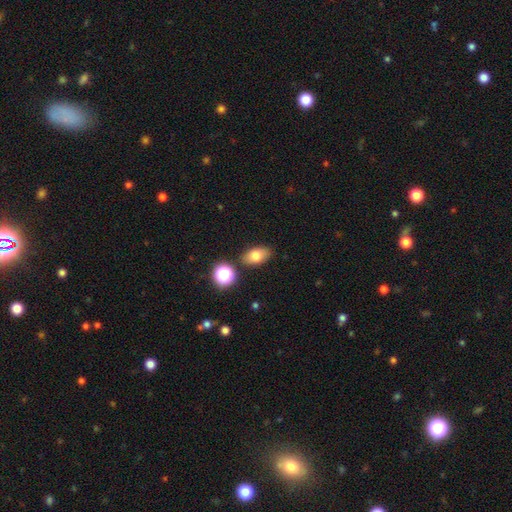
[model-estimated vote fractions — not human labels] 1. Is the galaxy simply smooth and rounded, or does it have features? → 76% smooth, 13% featured or disk, 11% star or artifact.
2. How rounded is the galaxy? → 86% in between, 11% round, 2% cigar-shaped.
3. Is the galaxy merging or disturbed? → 83% none, 10% minor disturbance, 5% merger, 2% major disturbance.